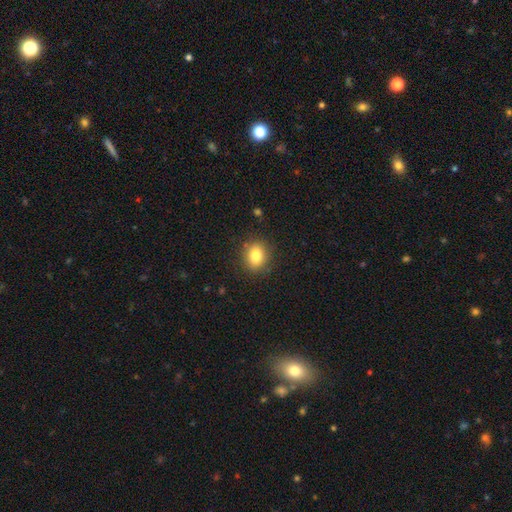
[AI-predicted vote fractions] A smooth galaxy with no disk features (82%) that is round (51%). Merging: none (86%).